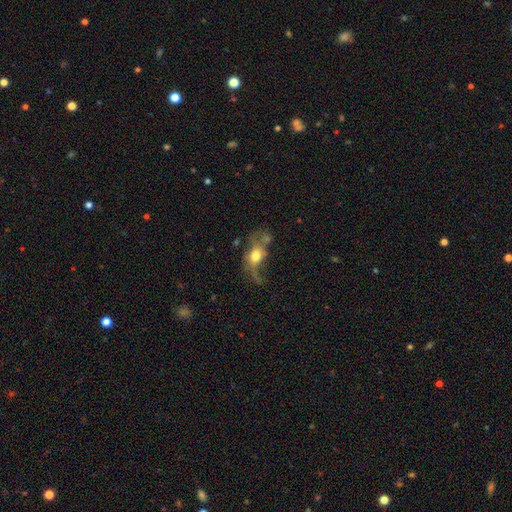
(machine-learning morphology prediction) The model was most divided on "smooth or featured": smooth: 49%, featured or disk: 41%, star or artifact: 10%. Remaining: merging — major disturbance (41%).